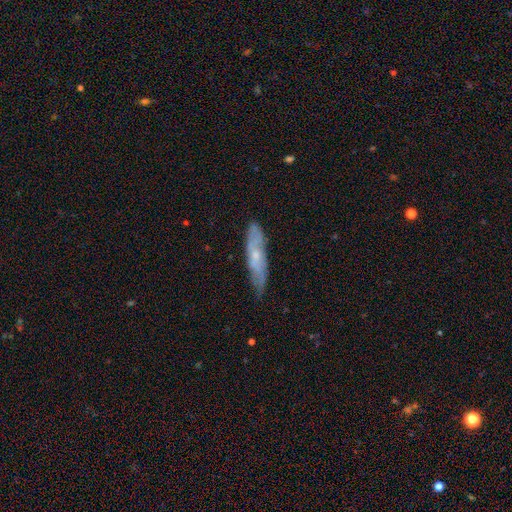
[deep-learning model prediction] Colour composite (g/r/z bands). It shows a featured or disk galaxy (52%). Merging: none (71%).